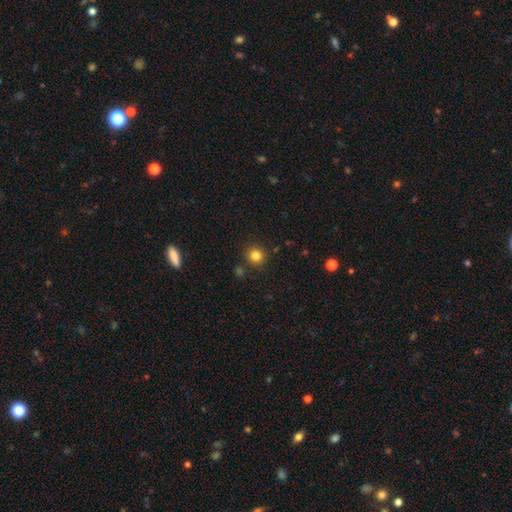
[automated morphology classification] smooth 82%, star or artifact 13%, featured or disk 5%. Down the decision tree: how rounded — round (93%); merging — none (88%).